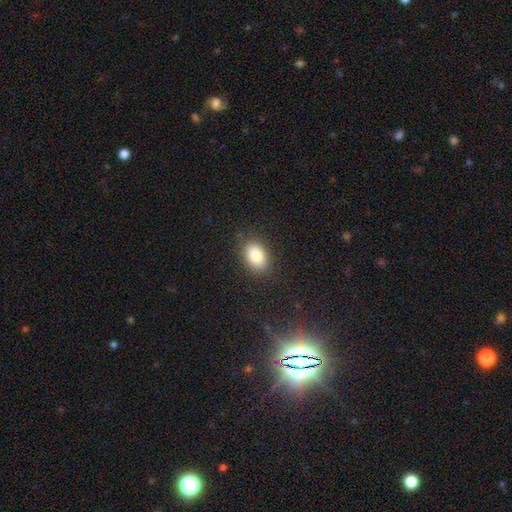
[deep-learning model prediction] A smooth galaxy with no disk features (84%) that is in between round and cigar-shaped (83%).

Vote fractions:
- Smooth or featured? smooth: 84% / star or artifact: 9% / featured or disk: 8%
- How rounded? in between: 83% / round: 16% / cigar-shaped: 1%
- Merging? none: 85% / minor disturbance: 11% / major disturbance: 3% / merger: 1%